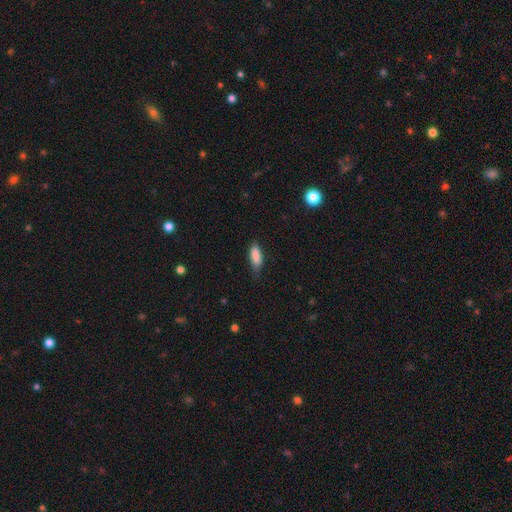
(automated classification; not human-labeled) Smooth or featured? Predicted: smooth (p=0.86). How rounded? Predicted: in between (p=0.70). Merging? Predicted: none (p=0.67).